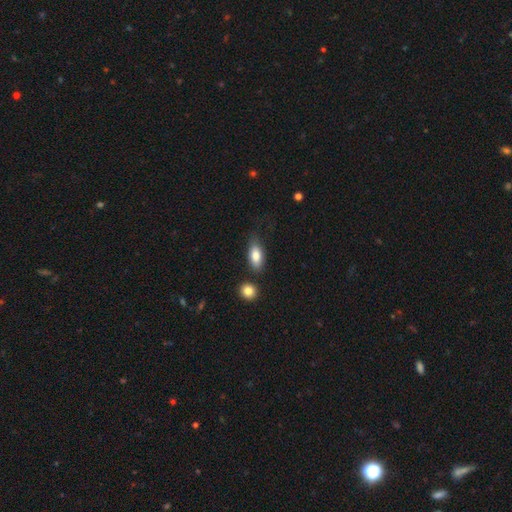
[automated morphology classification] Smooth or featured?
  - smooth: 82% *
  - featured or disk: 11%
  - star or artifact: 7%
How rounded?
  - in between: 87% *
  - cigar-shaped: 9%
  - round: 4%
Merging?
  - none: 66% *
  - minor disturbance: 21%
  - merger: 7%
  - major disturbance: 6%